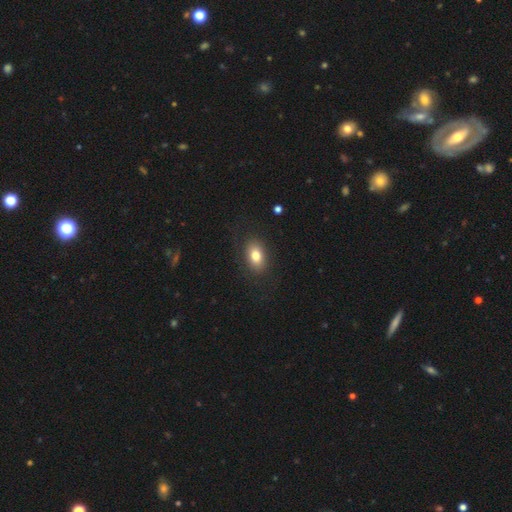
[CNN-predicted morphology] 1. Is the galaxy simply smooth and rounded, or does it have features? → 80% smooth, 12% featured or disk, 9% star or artifact.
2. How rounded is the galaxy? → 84% in between, 14% round, 2% cigar-shaped.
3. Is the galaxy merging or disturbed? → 84% none, 11% minor disturbance, 5% major disturbance, 1% merger.